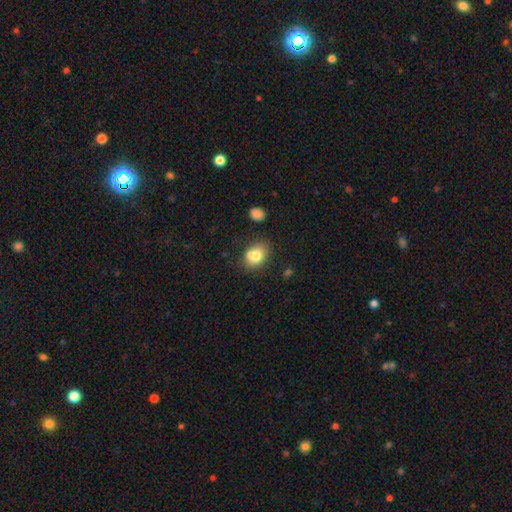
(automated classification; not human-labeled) This is likely a smooth galaxy (78%). How rounded: possibly in between (57%). Merging: possibly none (59%).